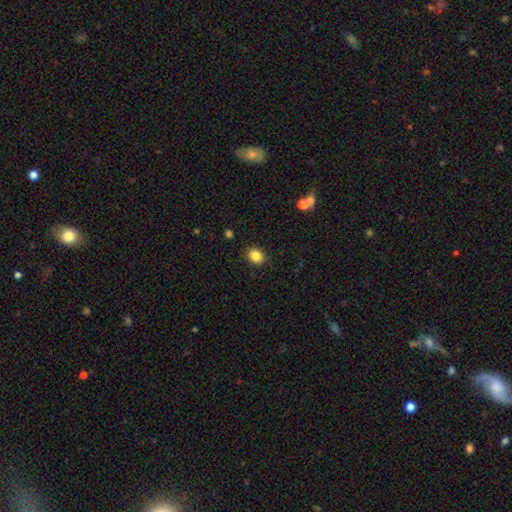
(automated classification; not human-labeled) smooth 87%, star or artifact 10%, featured or disk 4%. Down the decision tree: how rounded — in between (54%); merging — none (89%).